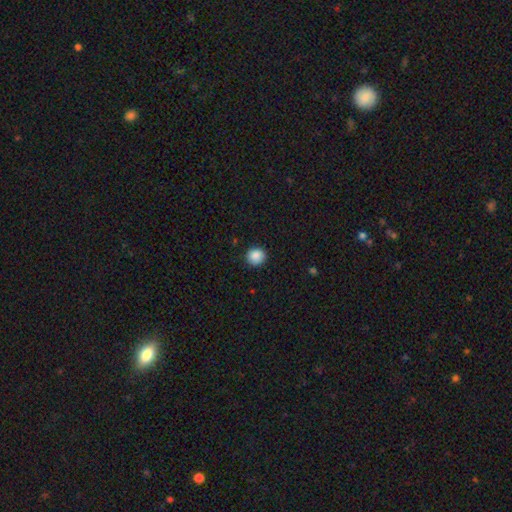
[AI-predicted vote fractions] smooth 88%, star or artifact 9%, featured or disk 3%. Down the decision tree: how rounded — round (88%); merging — none (88%).